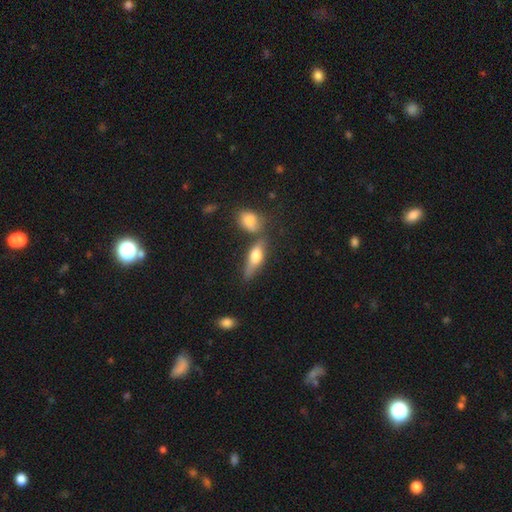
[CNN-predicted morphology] Q: Smooth or featured?
A: smooth (59%); runner-up: featured or disk (33%)
Q: How rounded?
A: in between (58%); runner-up: cigar-shaped (38%)
Q: Merging?
A: none (54%); runner-up: merger (21%)